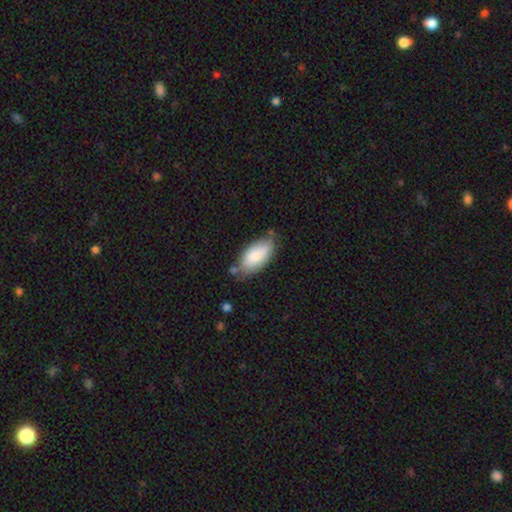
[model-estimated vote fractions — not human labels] smooth_or_featured: smooth (p=0.82) [alt: featured or disk p=0.12]
how_rounded: in between (p=0.91) [alt: cigar-shaped p=0.07]
merging: none (p=0.67) [alt: minor disturbance p=0.22]